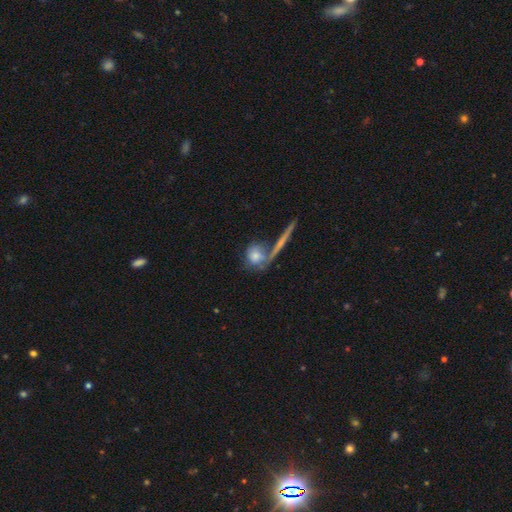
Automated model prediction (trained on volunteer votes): This is likely a smooth galaxy (62%). How rounded: likely round (69%). Merging: possibly none (50%).